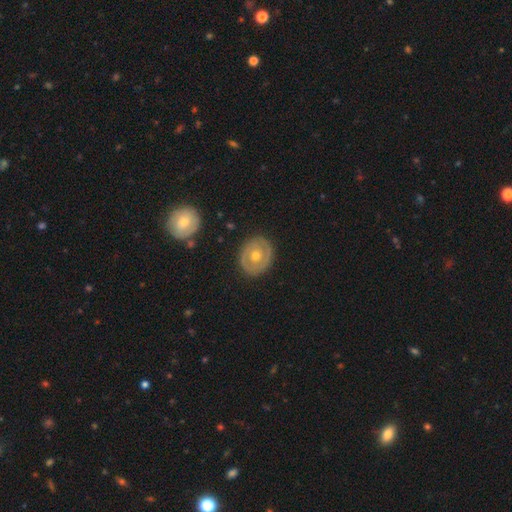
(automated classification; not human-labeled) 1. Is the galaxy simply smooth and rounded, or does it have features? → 56% featured or disk, 38% smooth, 6% star or artifact.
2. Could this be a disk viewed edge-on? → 95% no, 5% yes.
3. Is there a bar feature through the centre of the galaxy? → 86% no, 10% weak, 3% strong.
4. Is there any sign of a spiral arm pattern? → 67% no, 33% yes.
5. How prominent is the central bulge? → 75% moderate, 19% small, 4% large, 1% none, 1% dominant.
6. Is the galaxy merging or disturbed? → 86% none, 9% minor disturbance, 3% major disturbance, 2% merger.